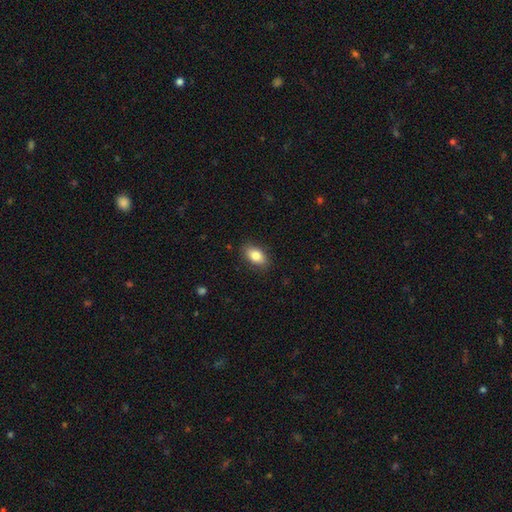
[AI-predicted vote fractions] smooth_or_featured: smooth (p=0.83) [alt: featured or disk p=0.10]
how_rounded: in between (p=0.89) [alt: round p=0.08]
merging: none (p=0.86) [alt: minor disturbance p=0.10]